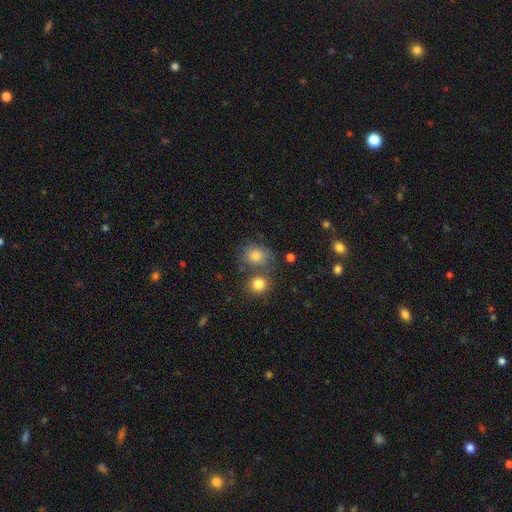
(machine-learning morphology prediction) This appears to be a smooth galaxy with no disk features (78%) that is round (64%). Merging: none (57%).